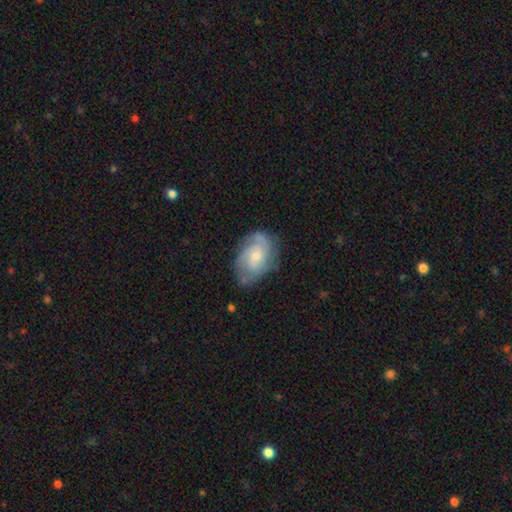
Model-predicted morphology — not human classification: Smooth or featured? Predicted: featured or disk (p=0.67). Edge-on disk? Predicted: no (p=0.97). Bar? Predicted: no (p=0.68). Spiral arms? Predicted: yes (p=0.88). Spiral winding? Predicted: tight (p=0.45). Spiral arm count? Predicted: 2 (p=0.40). Bulge size? Predicted: small (p=0.47). Merging? Predicted: none (p=0.64).